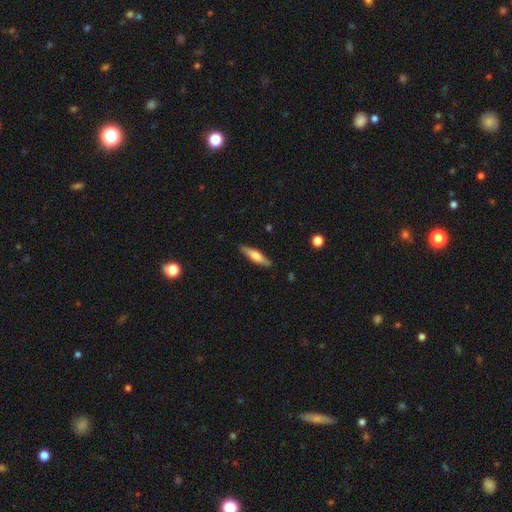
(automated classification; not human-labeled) Overall: smooth (56%; featured or disk 39%). How rounded: cigar-shaped (77%). Merging: none (86%).